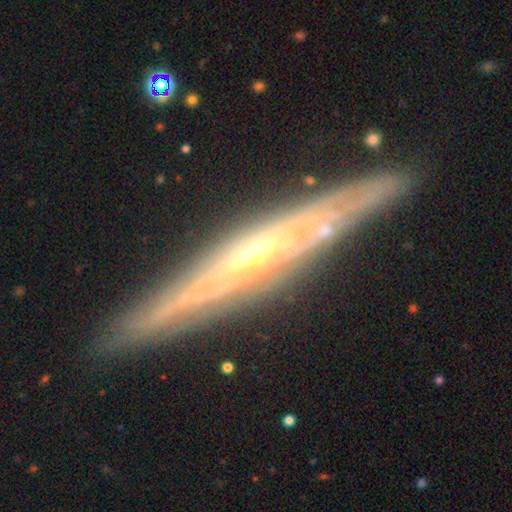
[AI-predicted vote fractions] Smooth or featured: featured or disk — 83% (smooth — 11%)
Edge-on disk: yes — 90% (no — 10%)
Edge-on bulge: rounded — 52% (none — 40%)
Merging: none — 85% (minor disturbance — 11%)